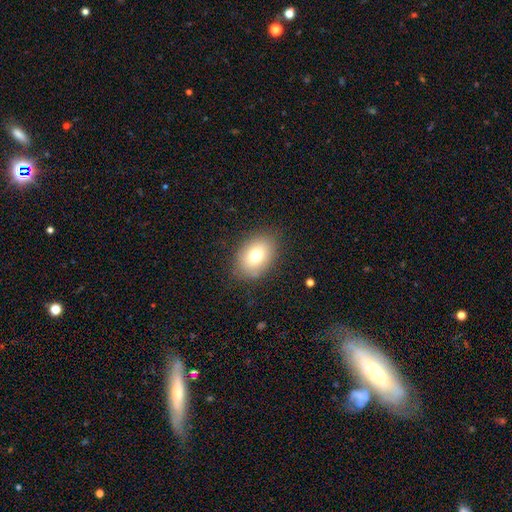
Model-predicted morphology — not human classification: The model was most divided on "how rounded": in between: 75%, round: 24%, cigar-shaped: 1%. More confident: merging — none (83%); smooth or featured — smooth (75%).